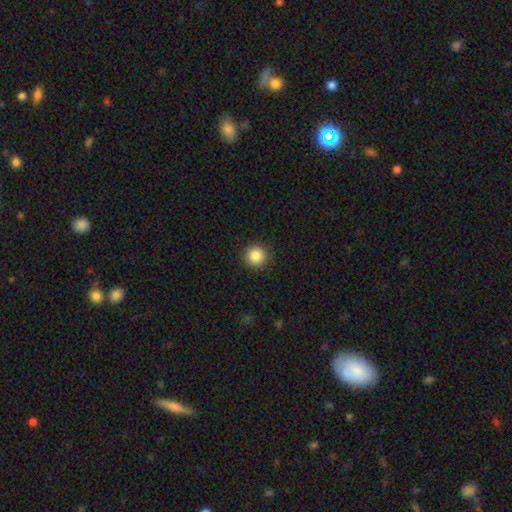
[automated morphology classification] The model was most divided on "smooth or featured": smooth: 87%, star or artifact: 10%, featured or disk: 4%. More confident: how rounded — round (95%); merging — none (92%).